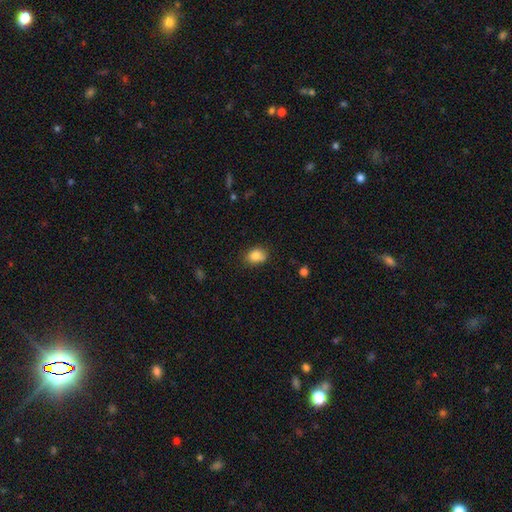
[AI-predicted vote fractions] Smooth or featured: smooth — 83% (star or artifact — 9%)
How rounded: in between — 62% (round — 37%)
Merging: none — 76% (minor disturbance — 18%)